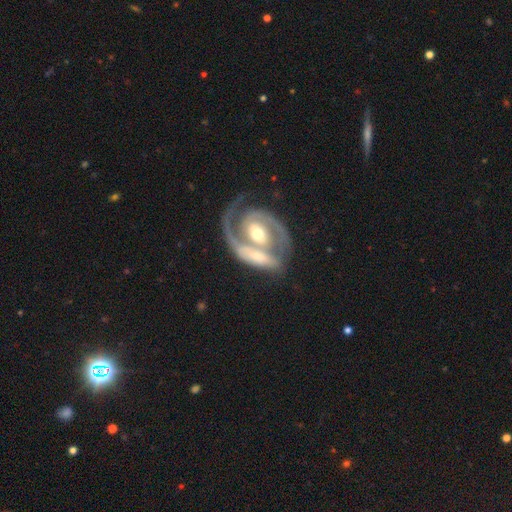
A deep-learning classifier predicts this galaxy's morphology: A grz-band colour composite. It shows a featured or disk galaxy (76%) with no bar (46%), 2 (54%) tight (52%) spiral arms (86%) and a moderate central bulge (66%). Merging: merger (58%).